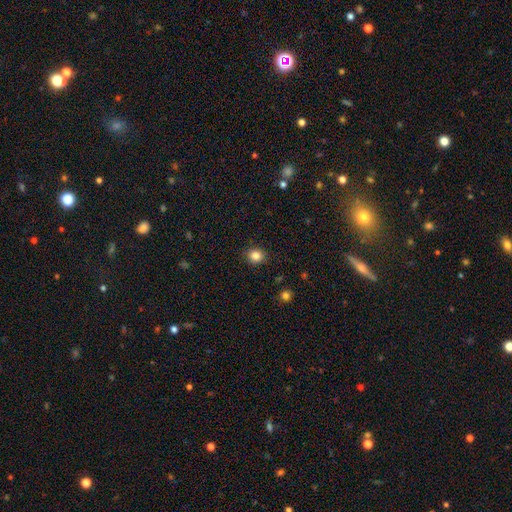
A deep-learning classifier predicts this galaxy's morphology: smooth 84%, star or artifact 11%, featured or disk 5%. Down the decision tree: how rounded — round (71%); merging — none (88%).